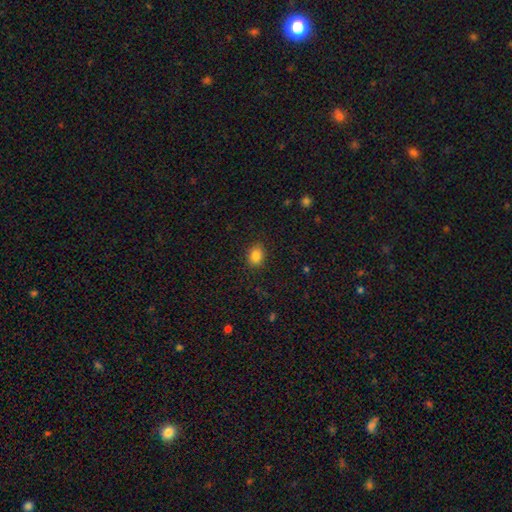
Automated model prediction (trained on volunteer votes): This appears to be a smooth galaxy with no disk features (85%) that is in between round and cigar-shaped (55%). Merging: none (88%).